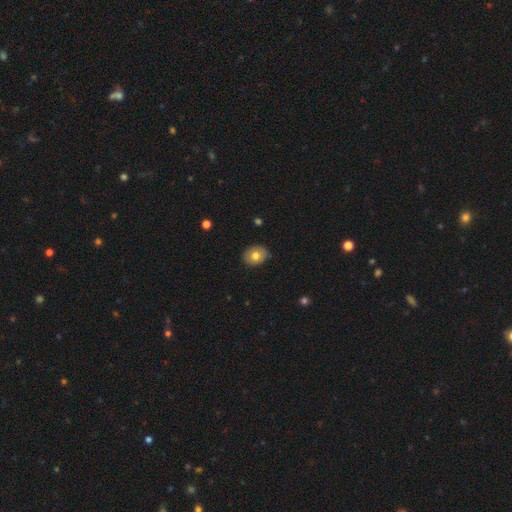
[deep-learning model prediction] Smooth or featured? Predicted: smooth (p=0.74). How rounded? Predicted: in between (p=0.56). Merging? Predicted: none (p=0.85).